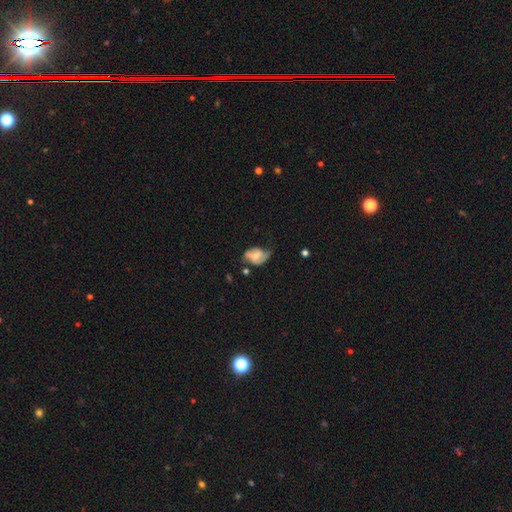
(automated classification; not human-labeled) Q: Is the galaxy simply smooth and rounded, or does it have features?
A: featured or disk — 48%.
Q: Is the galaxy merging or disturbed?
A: minor disturbance — 38%.